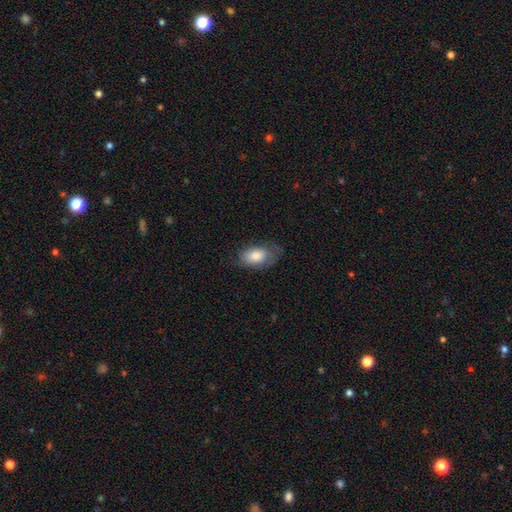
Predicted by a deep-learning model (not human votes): smooth_or_featured: smooth (p=0.81) [alt: featured or disk p=0.13]
how_rounded: in between (p=0.92) [alt: round p=0.06]
merging: none (p=0.62) [alt: minor disturbance p=0.27]